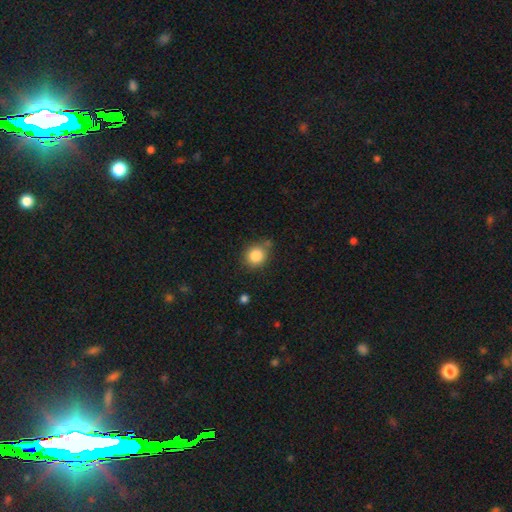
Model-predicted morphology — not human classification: Smooth or featured? smooth (84%)
How rounded? round (83%)
Merging? none (73%)